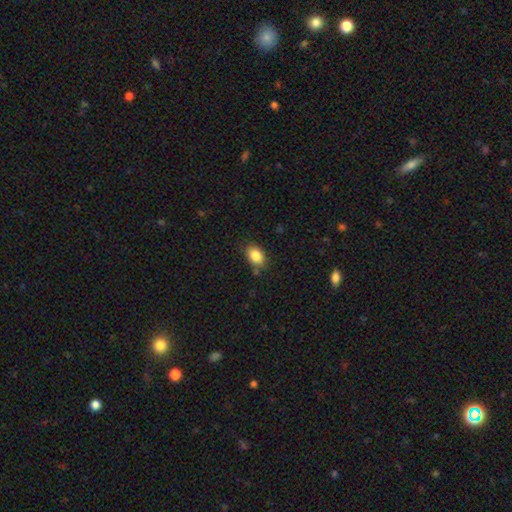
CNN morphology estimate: The model was most divided on "merging": none: 78%, minor disturbance: 15%, major disturbance: 3%, merger: 3%. More confident: smooth or featured — smooth (85%); how rounded — in between (82%).